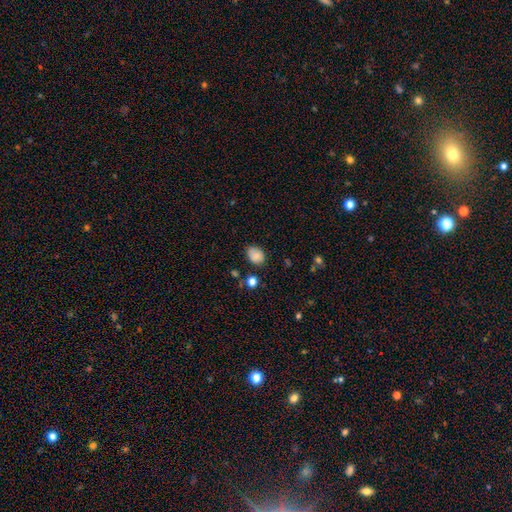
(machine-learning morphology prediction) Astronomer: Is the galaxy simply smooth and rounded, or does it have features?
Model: smooth — 80%.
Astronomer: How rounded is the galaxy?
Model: in between — 64%.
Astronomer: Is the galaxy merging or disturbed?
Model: none — 72%.